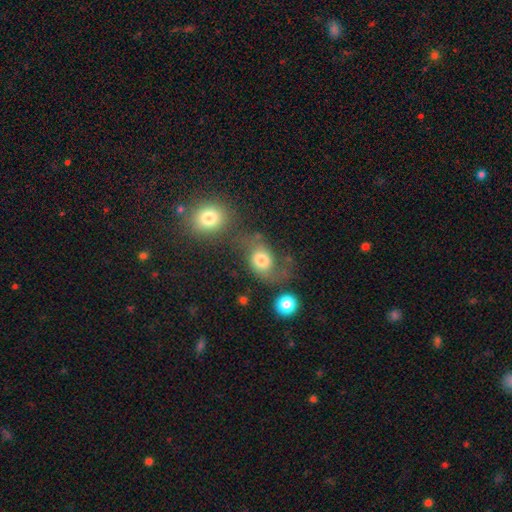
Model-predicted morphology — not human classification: Smooth or featured? featured or disk (43%)
Merging? none (45%)